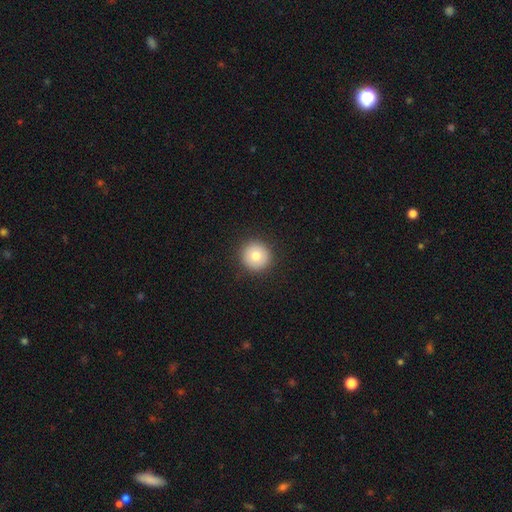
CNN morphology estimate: Q: Smooth or featured?
A: smooth (77%); runner-up: featured or disk (14%)
Q: How rounded?
A: round (96%); runner-up: in between (3%)
Q: Merging?
A: none (92%); runner-up: minor disturbance (5%)